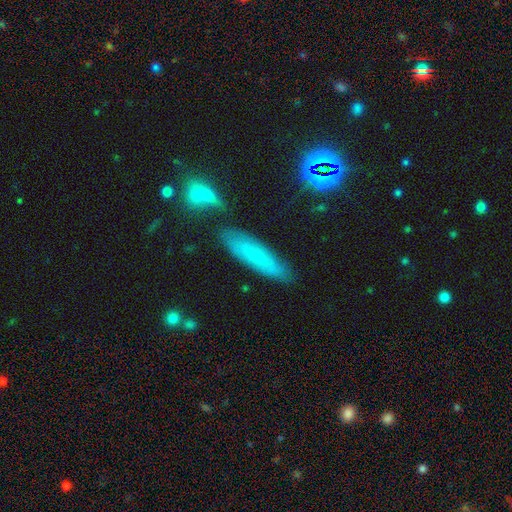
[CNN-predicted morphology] A smooth galaxy with no disk features (67%) that is cigar-shaped (72%).

Vote fractions:
- Smooth or featured? smooth: 67% / featured or disk: 21% / star or artifact: 11%
- How rounded? cigar-shaped: 72% / in between: 25% / round: 2%
- Merging? none: 80% / minor disturbance: 13% / merger: 4% / major disturbance: 3%